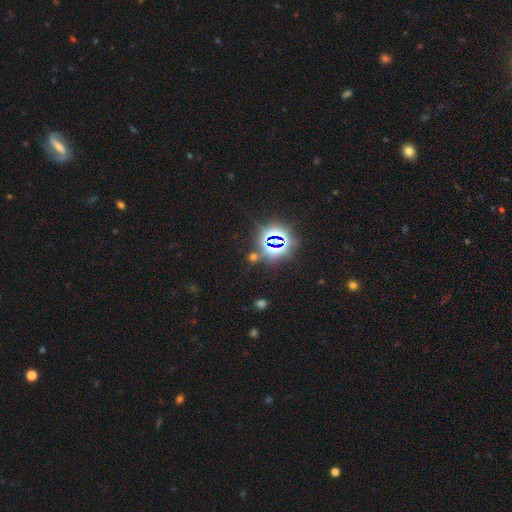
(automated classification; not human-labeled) Smooth or featured? star or artifact (79%)